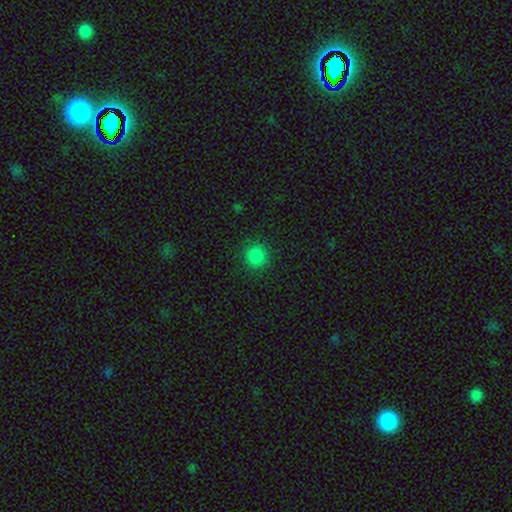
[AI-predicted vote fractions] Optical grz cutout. It shows a smooth galaxy with no disk features (85%) that is round (92%). Merging: none (90%).